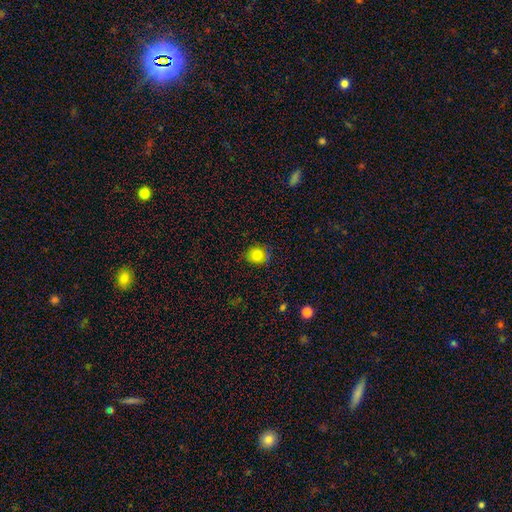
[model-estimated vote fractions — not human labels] smooth_or_featured: smooth (p=0.82) [alt: star or artifact p=0.11]
how_rounded: round (p=0.69) [alt: in between p=0.30]
merging: none (p=0.76) [alt: minor disturbance p=0.18]